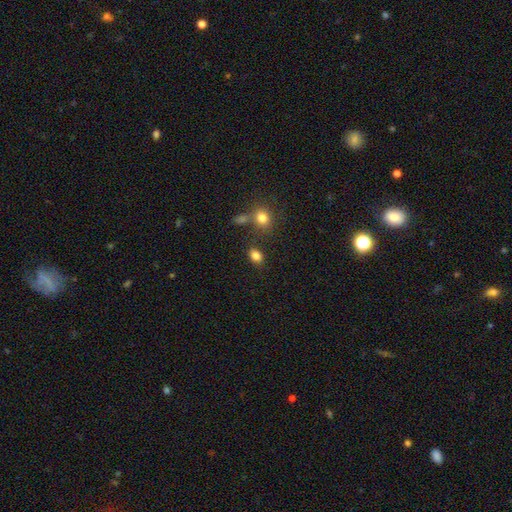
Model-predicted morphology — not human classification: Q: Smooth or featured?
A: smooth (84%); runner-up: star or artifact (11%)
Q: How rounded?
A: in between (72%); runner-up: round (26%)
Q: Merging?
A: none (77%); runner-up: minor disturbance (12%)